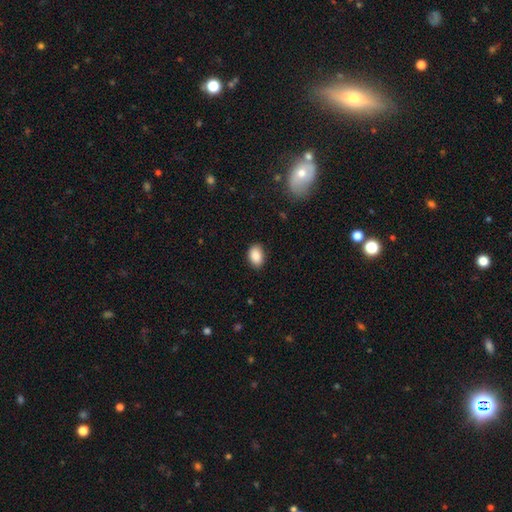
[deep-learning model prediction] Overall: smooth (89%). How rounded: in between (83%). Merging: none (87%).